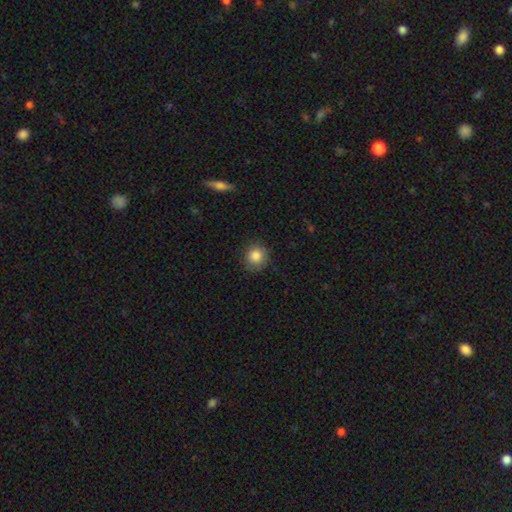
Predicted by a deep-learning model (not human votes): Overall: smooth (85%). How rounded: round (90%). Merging: none (83%).